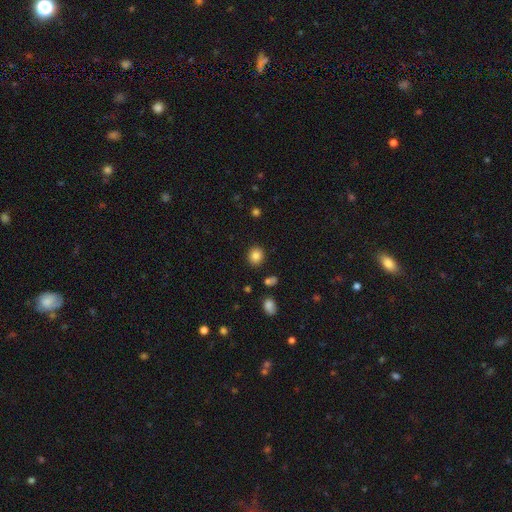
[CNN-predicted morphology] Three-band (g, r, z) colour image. It shows a smooth galaxy with no disk features (85%) that is round (77%). Merging: none (88%).